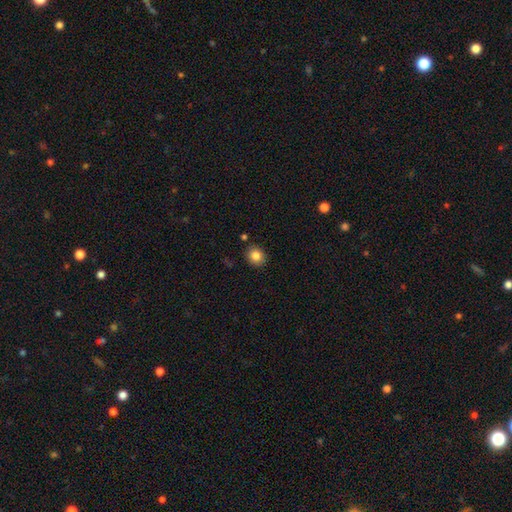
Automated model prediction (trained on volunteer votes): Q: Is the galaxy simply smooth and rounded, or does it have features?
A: smooth — 85%.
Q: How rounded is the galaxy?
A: round — 69%.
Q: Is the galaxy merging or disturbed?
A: none — 86%.